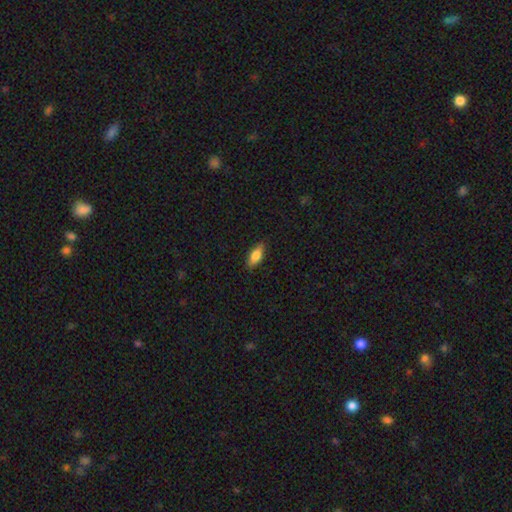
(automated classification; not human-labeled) Smooth or featured? Predicted: smooth (p=0.77). How rounded? Predicted: in between (p=0.76). Merging? Predicted: none (p=0.86).